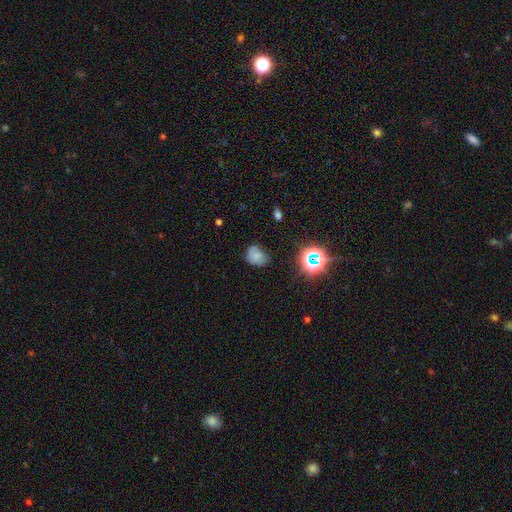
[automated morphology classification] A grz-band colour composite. It shows a smooth galaxy with no disk features (63%) that is in between round and cigar-shaped (56%). Merging: none (55%).